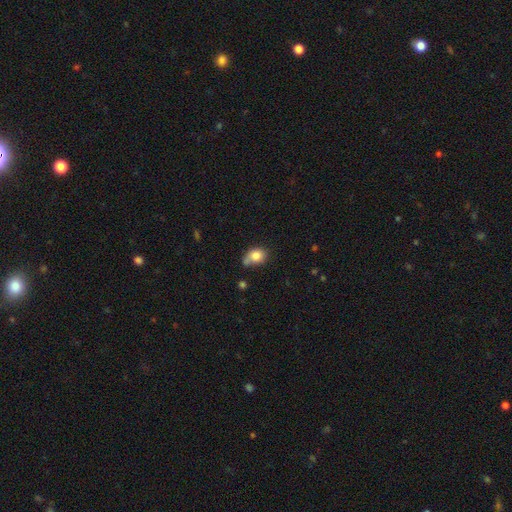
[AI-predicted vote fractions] A smooth galaxy with no disk features (81%) that is in between round and cigar-shaped (50%). Merging: none (47%).